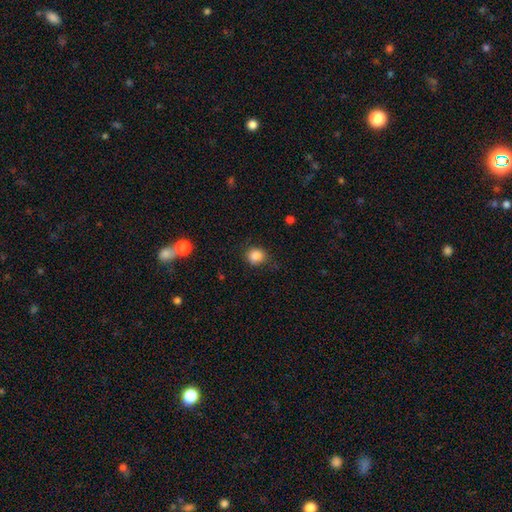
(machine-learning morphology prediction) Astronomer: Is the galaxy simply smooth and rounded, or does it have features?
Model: smooth — 85%.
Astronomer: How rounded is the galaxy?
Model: round — 77%.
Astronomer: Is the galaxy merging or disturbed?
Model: none — 78%.